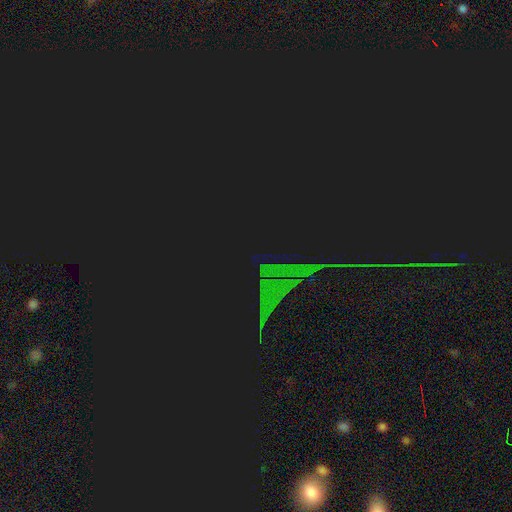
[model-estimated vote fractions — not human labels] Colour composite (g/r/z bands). It shows a star or artifact, not a galaxy (86%).